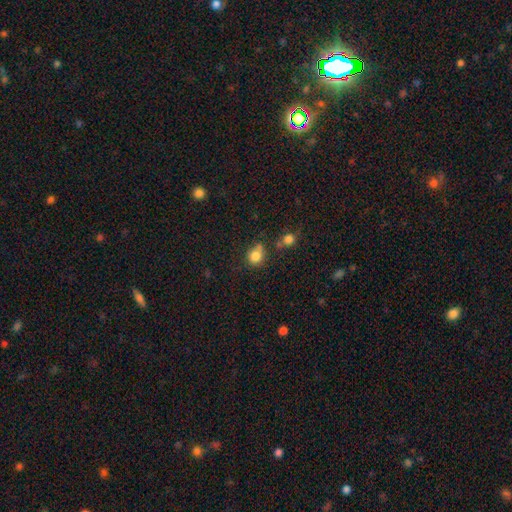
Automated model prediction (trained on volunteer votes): Q: Smooth or featured?
A: smooth (81%); runner-up: star or artifact (12%)
Q: How rounded?
A: round (83%); runner-up: in between (16%)
Q: Merging?
A: none (61%); runner-up: merger (18%)